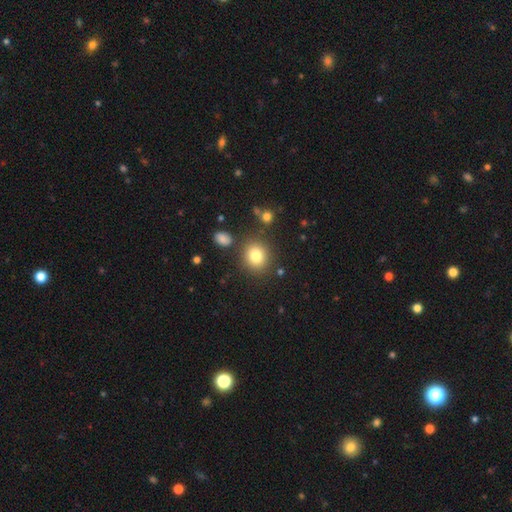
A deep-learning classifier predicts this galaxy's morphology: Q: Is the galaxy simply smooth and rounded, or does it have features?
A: smooth — 81%.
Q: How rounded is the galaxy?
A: round — 78%.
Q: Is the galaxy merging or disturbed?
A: none — 83%.